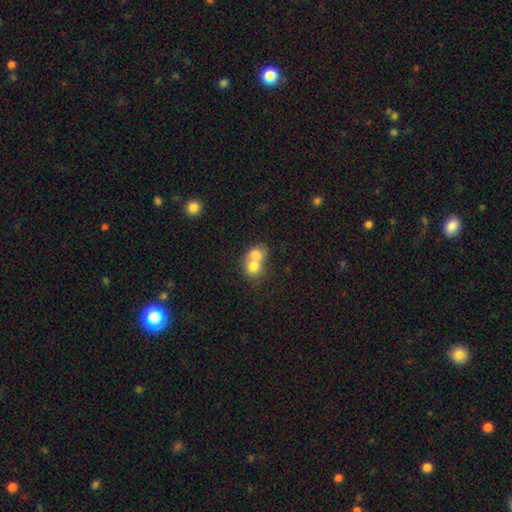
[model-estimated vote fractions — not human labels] smooth-or-featured: smooth: 72% | featured or disk: 19% | star or artifact: 9%
  how-rounded: round: 66% | in between: 33% | cigar-shaped: 1%
  merging: merger: 75% | none: 19% | minor disturbance: 4% | major disturbance: 2%